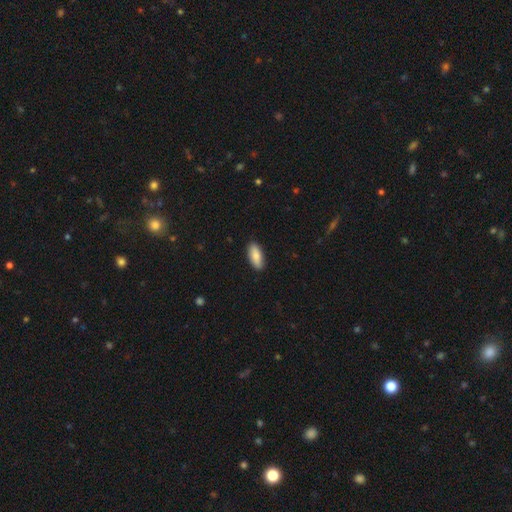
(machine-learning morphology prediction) Overall: smooth (84%). How rounded: in between (83%). Merging: none (89%).